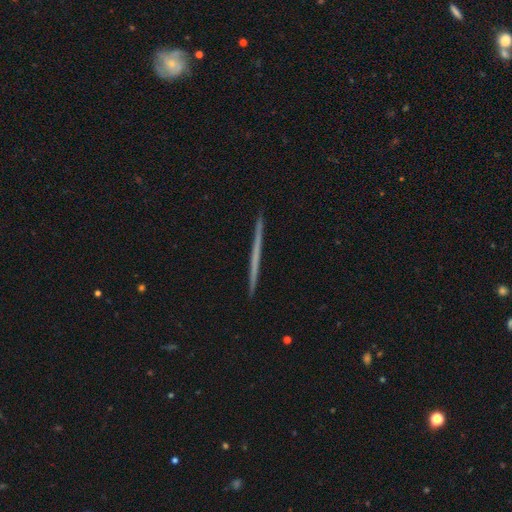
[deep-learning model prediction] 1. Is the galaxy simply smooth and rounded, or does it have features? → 57% featured or disk, 37% smooth, 6% star or artifact.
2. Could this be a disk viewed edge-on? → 98% yes, 2% no.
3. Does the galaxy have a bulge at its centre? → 93% none, 5% rounded, 2% boxy.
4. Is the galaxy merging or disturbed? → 93% none, 5% minor disturbance, 1% major disturbance, 1% merger.